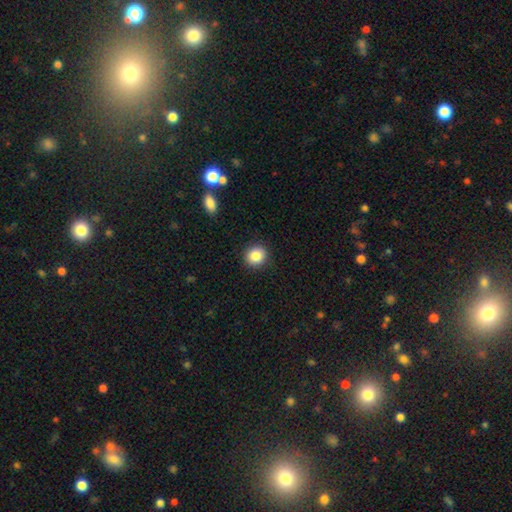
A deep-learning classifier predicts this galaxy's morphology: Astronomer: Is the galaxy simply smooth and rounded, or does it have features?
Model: smooth — 85%.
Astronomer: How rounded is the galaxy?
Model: round — 88%.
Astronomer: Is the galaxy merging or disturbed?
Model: none — 91%.